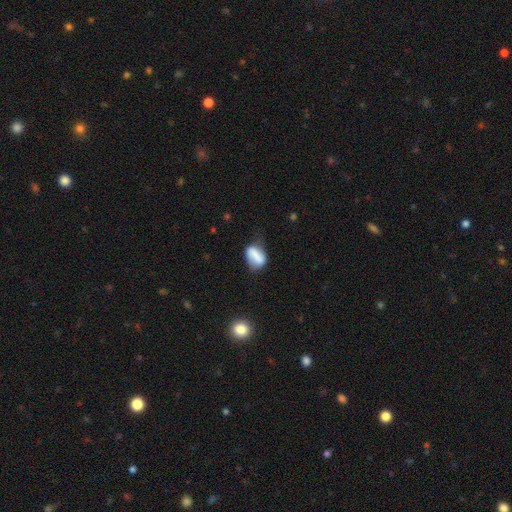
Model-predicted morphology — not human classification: smooth_or_featured: smooth (p=0.59) [alt: featured or disk p=0.32]
how_rounded: in between (p=0.81) [alt: round p=0.12]
merging: none (p=0.49) [alt: minor disturbance p=0.32]